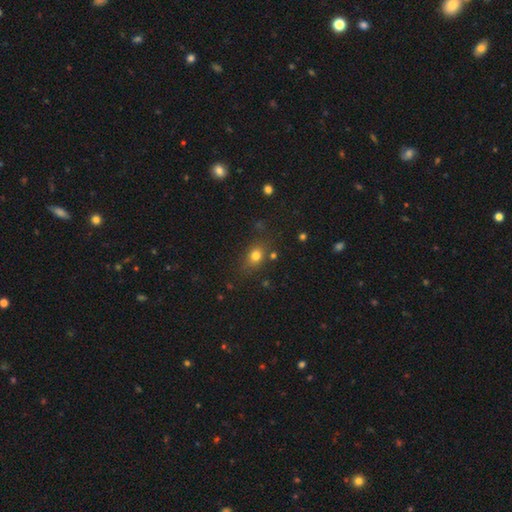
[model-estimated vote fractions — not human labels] A smooth galaxy with no disk features (76%) that is round (49%). Merging: none (74%).